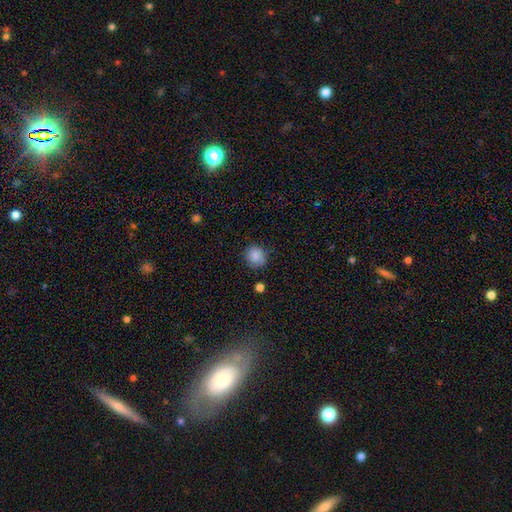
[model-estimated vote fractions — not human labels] Morphology: type=smooth (85%); roundness=round (86%); merging=none (80%).